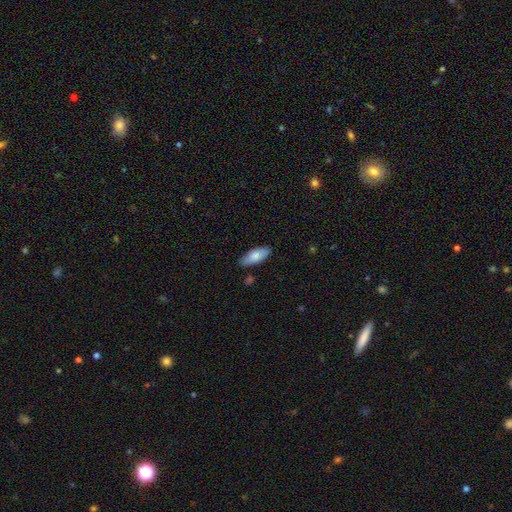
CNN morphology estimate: Smooth or featured?
  - smooth: 76% *
  - featured or disk: 18%
  - star or artifact: 6%
How rounded?
  - in between: 83% *
  - cigar-shaped: 15%
  - round: 2%
Merging?
  - none: 81% *
  - minor disturbance: 15%
  - major disturbance: 2%
  - merger: 2%